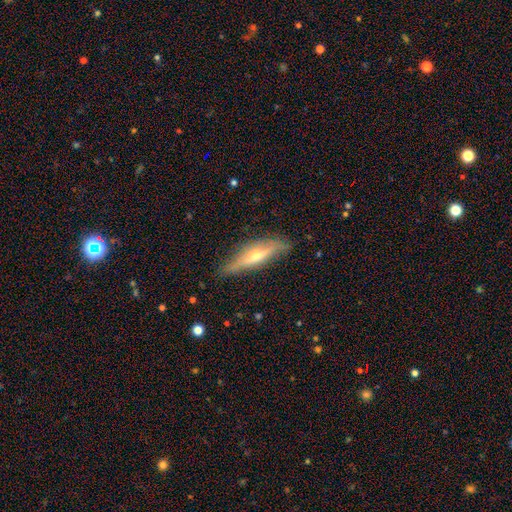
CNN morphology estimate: Overall: featured or disk (64%; smooth 29%). Edge-on disk: yes (90%). Edge-on bulge: rounded (83%). Merging: none (80%).